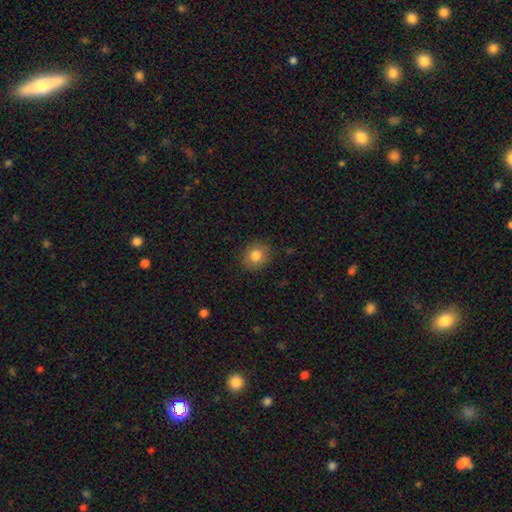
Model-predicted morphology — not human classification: A smooth galaxy with no disk features (82%) that is round (75%).

Vote fractions:
- Smooth or featured? smooth: 82% / star or artifact: 10% / featured or disk: 8%
- How rounded? round: 75% / in between: 24% / cigar-shaped: 1%
- Merging? none: 88% / minor disturbance: 8% / major disturbance: 2% / merger: 1%